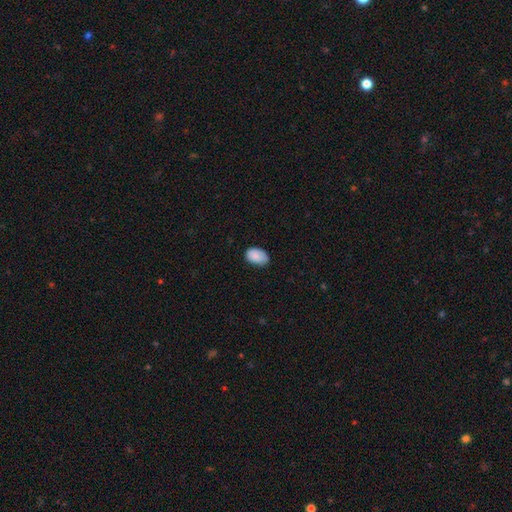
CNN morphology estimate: A smooth galaxy with no disk features (87%) that is in between round and cigar-shaped (90%).

Vote fractions:
- Smooth or featured? smooth: 87% / star or artifact: 7% / featured or disk: 6%
- How rounded? in between: 90% / round: 9% / cigar-shaped: 1%
- Merging? none: 71% / minor disturbance: 25% / major disturbance: 3% / merger: 1%